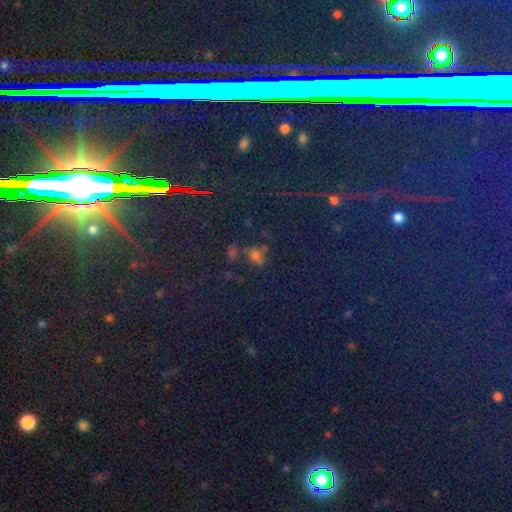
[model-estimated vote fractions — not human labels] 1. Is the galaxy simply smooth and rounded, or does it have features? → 46% smooth, 43% star or artifact, 11% featured or disk.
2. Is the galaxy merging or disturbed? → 55% none, 19% merger, 17% minor disturbance, 9% major disturbance.